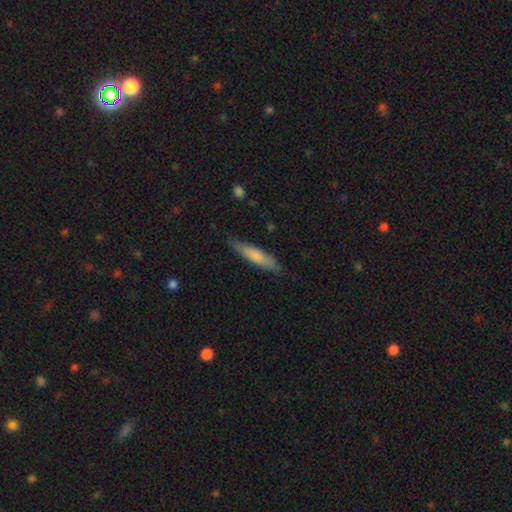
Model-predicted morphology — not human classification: smooth-or-featured: smooth: 72% | featured or disk: 22% | star or artifact: 5%
  how-rounded: cigar-shaped: 81% | in between: 18% | round: 1%
  merging: none: 79% | minor disturbance: 17% | major disturbance: 3% | merger: 1%